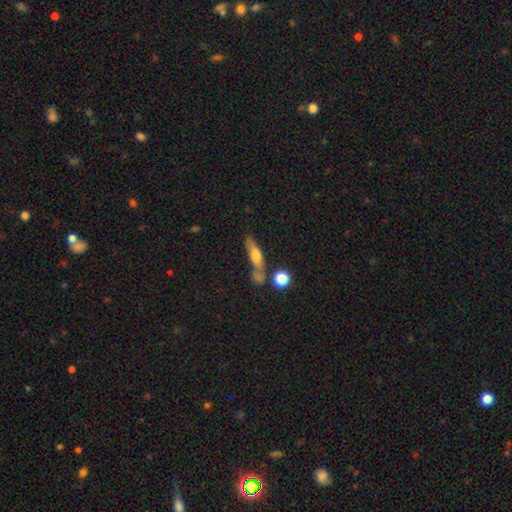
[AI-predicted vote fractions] Q: Smooth or featured?
A: smooth (56%); runner-up: featured or disk (34%)
Q: How rounded?
A: cigar-shaped (61%); runner-up: in between (32%)
Q: Merging?
A: none (49%); runner-up: merger (25%)